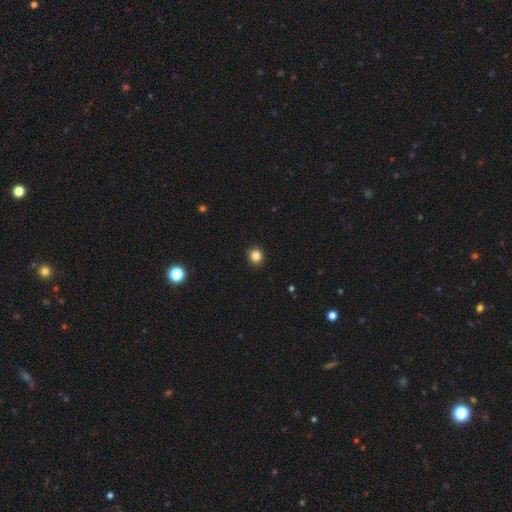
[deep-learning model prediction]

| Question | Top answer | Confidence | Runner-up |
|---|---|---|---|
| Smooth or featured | smooth | 85% | star or artifact (11%) |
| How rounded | round | 86% | in between (13%) |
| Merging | none | 92% | minor disturbance (6%) |